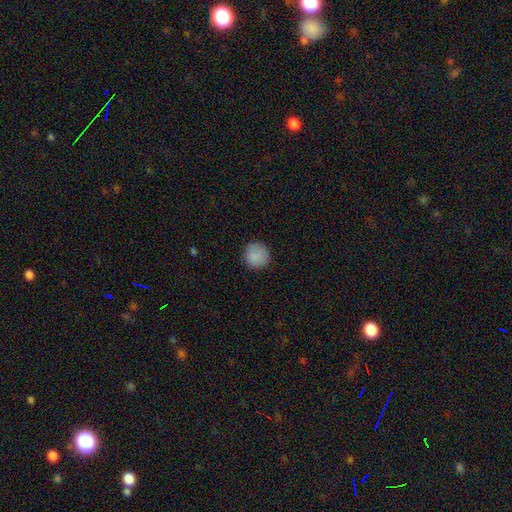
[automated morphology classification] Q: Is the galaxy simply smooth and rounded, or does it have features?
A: smooth — 88%.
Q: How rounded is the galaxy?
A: round — 93%.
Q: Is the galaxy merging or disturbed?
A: none — 87%.